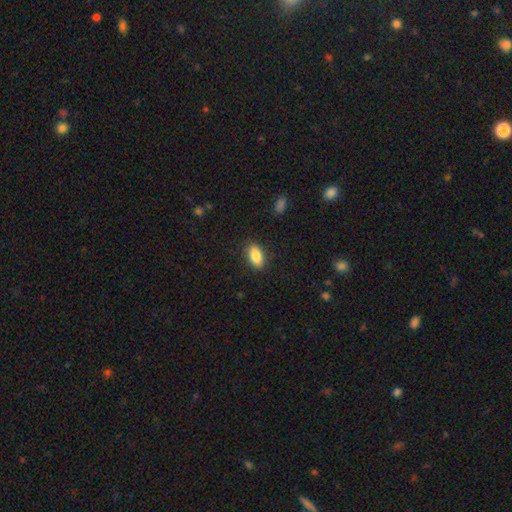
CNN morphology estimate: Smooth or featured? smooth (85%)
How rounded? in between (88%)
Merging? none (86%)